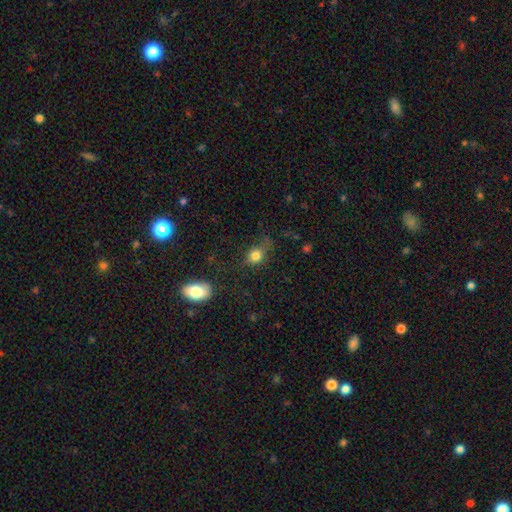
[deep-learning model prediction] A smooth galaxy with no disk features (76%) that is round (57%). Merging: none (55%).